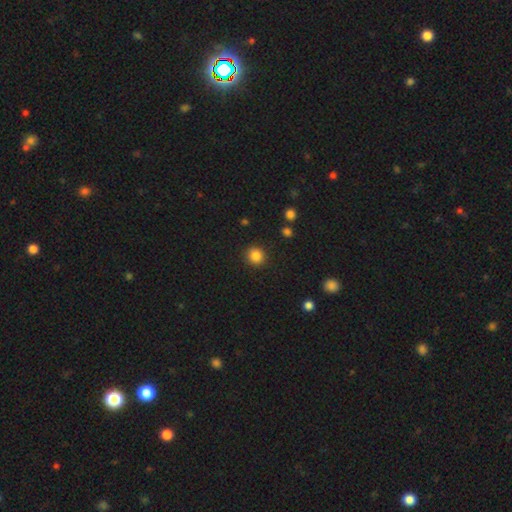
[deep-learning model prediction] A smooth galaxy with no disk features (86%) that is round (88%).

Vote fractions:
- Smooth or featured? smooth: 86% / star or artifact: 11% / featured or disk: 4%
- How rounded? round: 88% / in between: 11% / cigar-shaped: 1%
- Merging? none: 91% / minor disturbance: 6% / major disturbance: 2% / merger: 1%